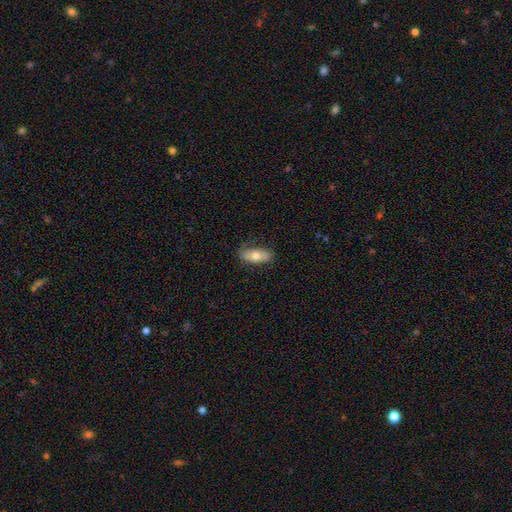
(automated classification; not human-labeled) Smooth or featured? smooth (64%)
How rounded? in between (87%)
Merging? none (75%)